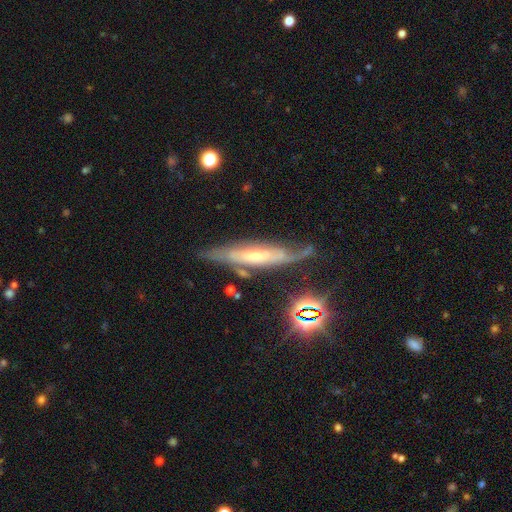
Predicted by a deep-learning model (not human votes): This appears to be a featured or disk galaxy (70%) viewed edge-on (54%). Merging: none (60%).